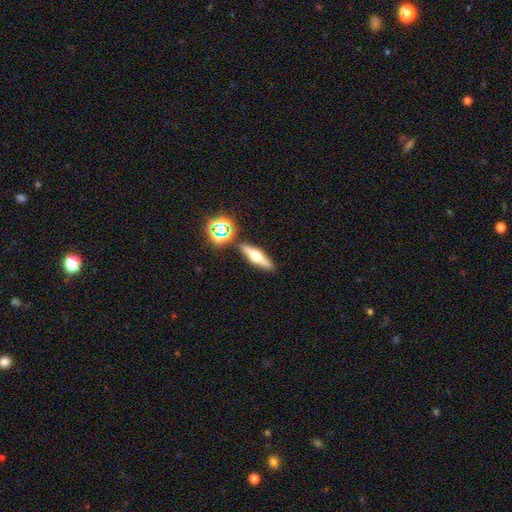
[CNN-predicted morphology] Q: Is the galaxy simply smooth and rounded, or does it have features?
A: featured or disk — 54%.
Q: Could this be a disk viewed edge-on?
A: yes — 92%.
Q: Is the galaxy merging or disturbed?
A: none — 86%.